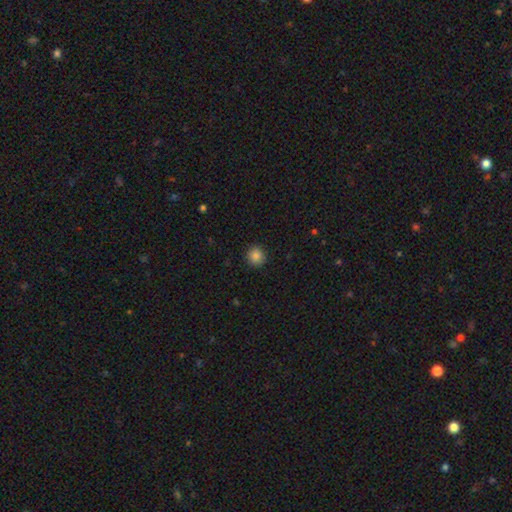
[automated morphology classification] Smooth or featured: smooth — 85% (star or artifact — 11%)
How rounded: round — 93% (in between — 6%)
Merging: none — 92% (minor disturbance — 5%)